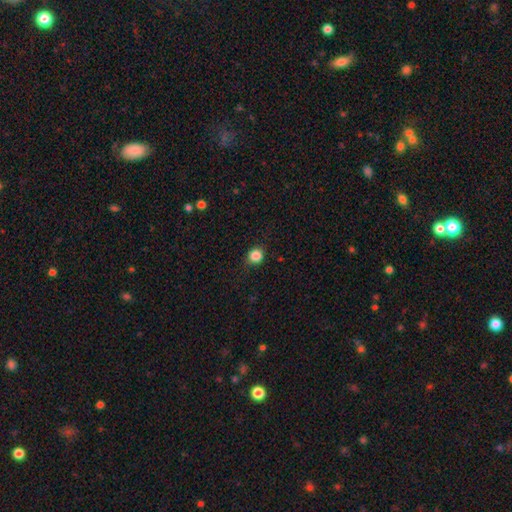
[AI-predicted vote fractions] This is clearly a smooth galaxy (85%). How rounded: clearly round (80%). Merging: clearly none (82%).